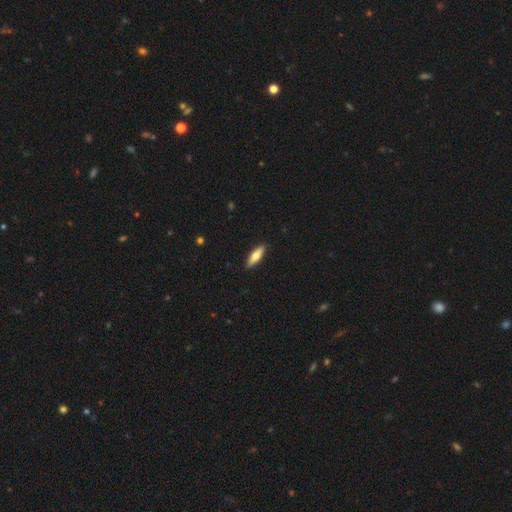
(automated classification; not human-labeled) Q: Smooth or featured?
A: smooth (73%); runner-up: featured or disk (21%)
Q: How rounded?
A: cigar-shaped (55%); runner-up: in between (43%)
Q: Merging?
A: none (90%); runner-up: minor disturbance (8%)